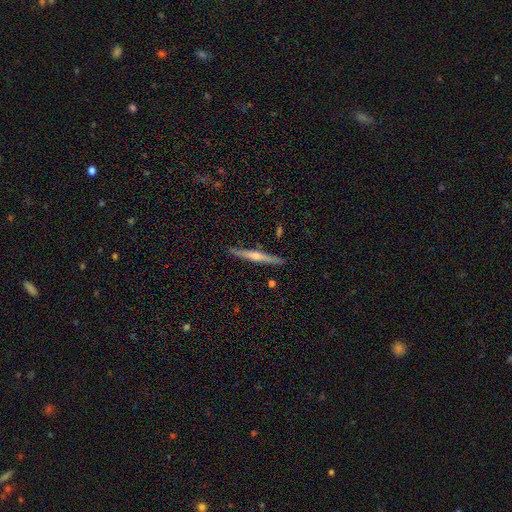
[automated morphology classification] smooth-or-featured: featured or disk: 75% | smooth: 20% | star or artifact: 5%
  disk-edge-on: yes: 98% | no: 2%
    edge-on-bulge: rounded: 85% | none: 10% | boxy: 5%
  merging: none: 91% | minor disturbance: 6% | major disturbance: 1% | merger: 1%